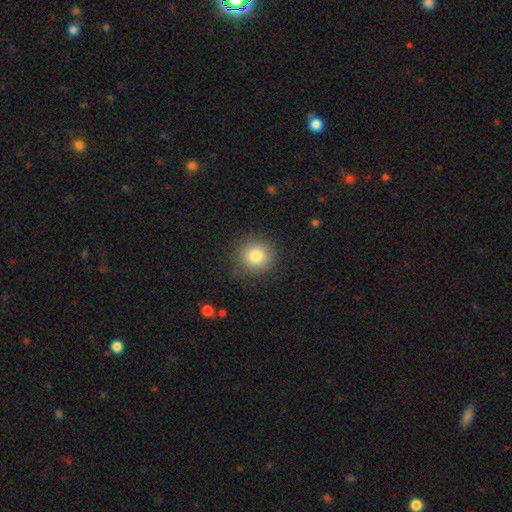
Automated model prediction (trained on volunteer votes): Smooth or featured? Predicted: smooth (p=0.83). How rounded? Predicted: round (p=0.90). Merging? Predicted: none (p=0.87).